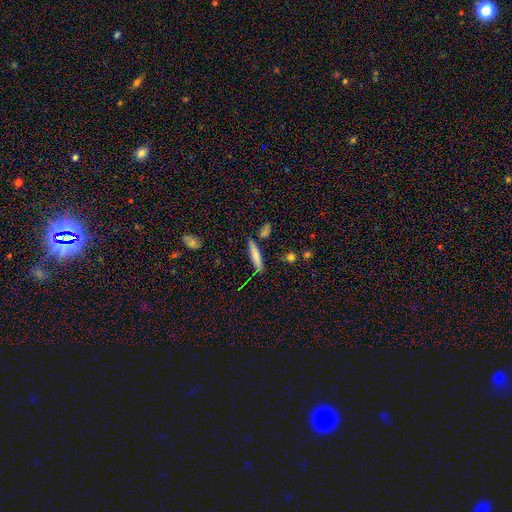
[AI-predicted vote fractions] Smooth or featured? smooth (74%)
How rounded? cigar-shaped (86%)
Merging? none (77%)